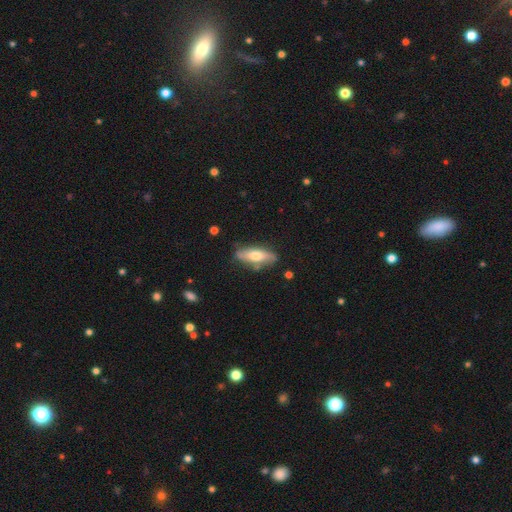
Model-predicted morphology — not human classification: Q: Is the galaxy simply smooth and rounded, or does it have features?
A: smooth — 56%.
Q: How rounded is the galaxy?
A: in between — 55%.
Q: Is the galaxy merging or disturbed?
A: none — 75%.